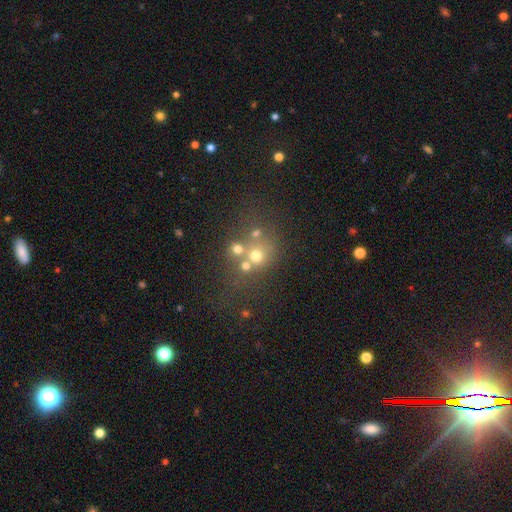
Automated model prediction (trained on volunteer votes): smooth-or-featured: smooth: 57% | star or artifact: 24% | featured or disk: 19%
  how-rounded: round: 81% | in between: 18% | cigar-shaped: 1%
  merging: none: 49% | merger: 35% | minor disturbance: 9% | major disturbance: 7%